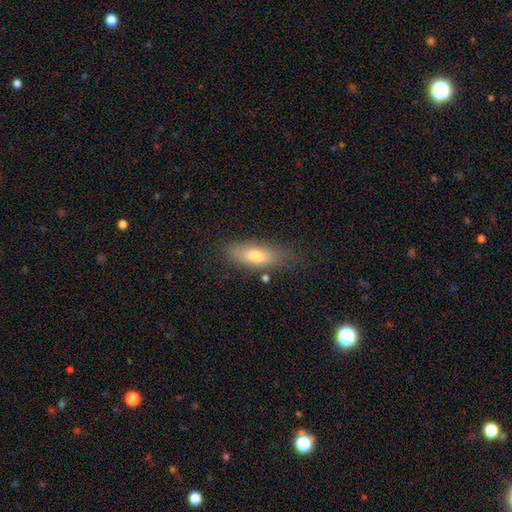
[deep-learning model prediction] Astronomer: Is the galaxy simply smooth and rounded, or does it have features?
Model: smooth — 71%.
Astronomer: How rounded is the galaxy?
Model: in between — 63%.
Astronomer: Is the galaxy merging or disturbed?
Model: none — 71%.